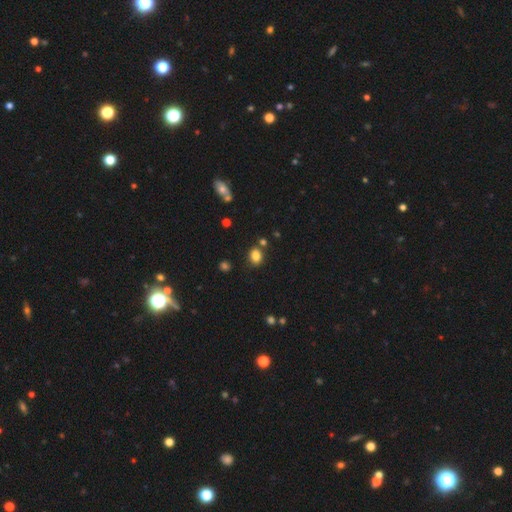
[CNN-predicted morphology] This appears to be a smooth galaxy with no disk features (83%) that is in between round and cigar-shaped (56%). Merging: none (75%).